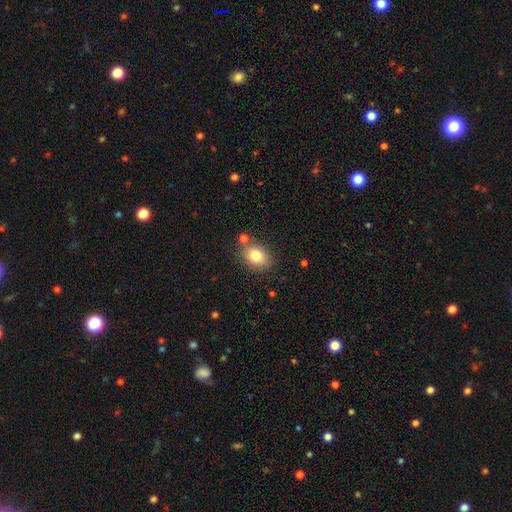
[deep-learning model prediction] Morphology: type=smooth (80%); roundness=in between (61%); merging=none (76%).